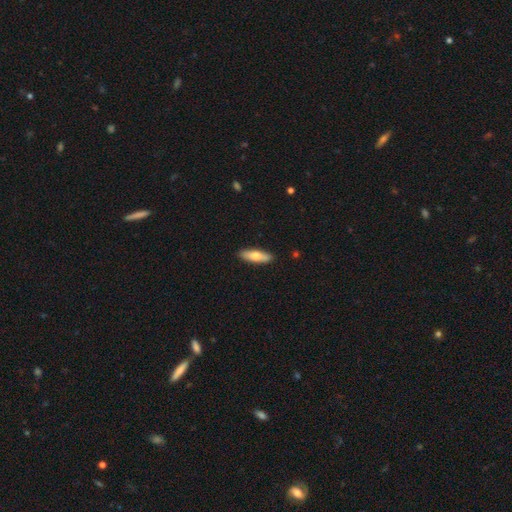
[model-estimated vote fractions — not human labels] Smooth or featured? Predicted: smooth (p=0.68). How rounded? Predicted: cigar-shaped (p=0.51). Merging? Predicted: none (p=0.89).